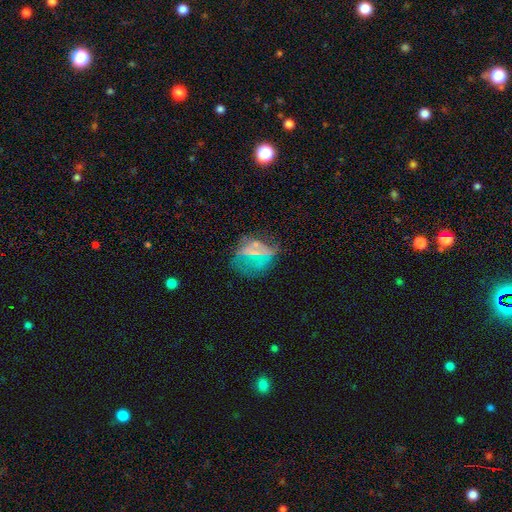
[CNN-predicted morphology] Smooth or featured?
  - featured or disk: 36% *
  - smooth: 35%
  - star or artifact: 29%
Merging?
  - none: 59% *
  - minor disturbance: 19%
  - major disturbance: 16%
  - merger: 7%